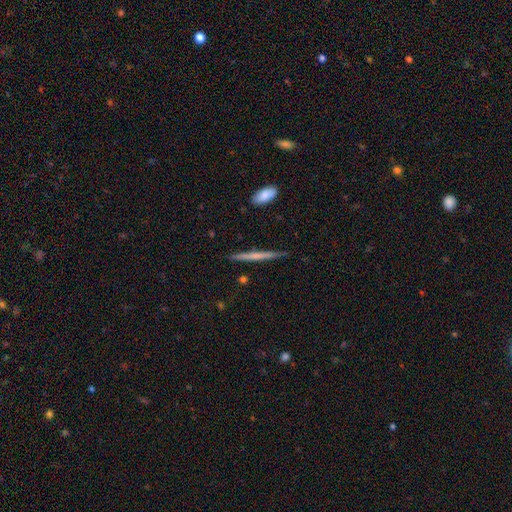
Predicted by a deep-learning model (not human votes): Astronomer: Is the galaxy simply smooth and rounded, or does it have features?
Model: smooth — 48% (runner-up: featured or disk, 46%).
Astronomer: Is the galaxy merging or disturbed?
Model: none — 88%.